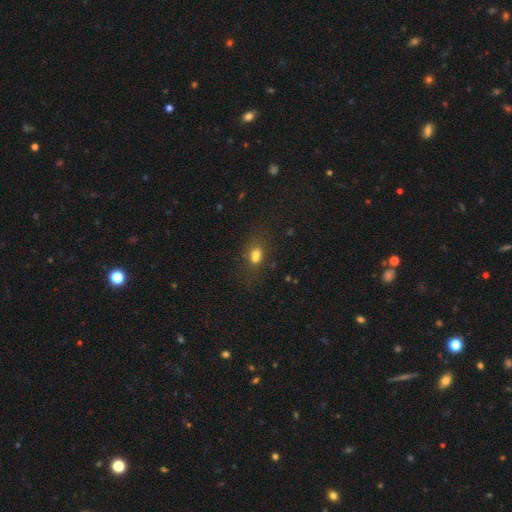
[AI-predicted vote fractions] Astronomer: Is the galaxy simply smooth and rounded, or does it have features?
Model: smooth — 70%.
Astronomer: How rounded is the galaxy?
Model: in between — 75%.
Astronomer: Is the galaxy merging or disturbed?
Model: none — 57%.